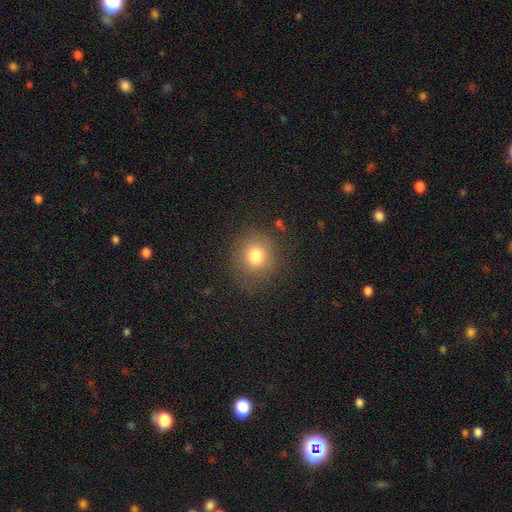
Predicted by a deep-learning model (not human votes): This is likely a smooth galaxy (78%). How rounded: clearly round (87%). Merging: clearly none (81%).